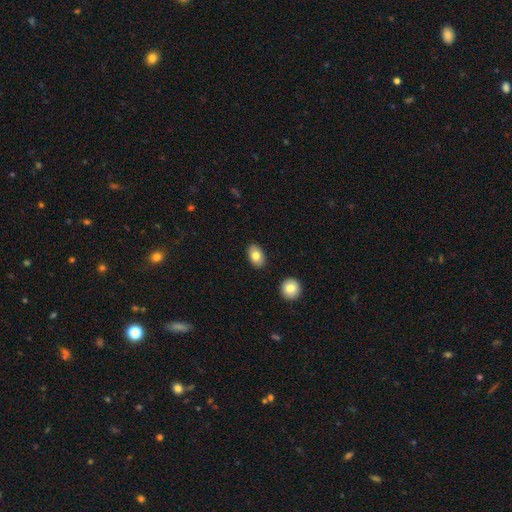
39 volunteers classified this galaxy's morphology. smooth-or-featured: smooth: 79% | star or artifact: 13% | featured or disk: 8%
  how-rounded: in between: 97% | round: 3% | cigar-shaped: 0%
  merging: none: 85% | merger: 9% | minor disturbance: 3% | major disturbance: 3%